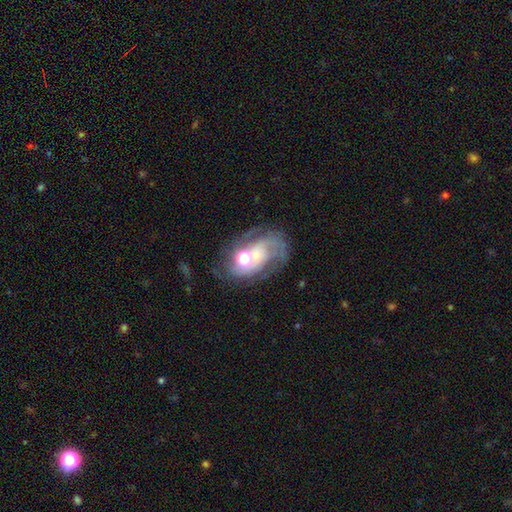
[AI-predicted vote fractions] Q: Smooth or featured?
A: featured or disk (67%); runner-up: smooth (19%)
Q: Edge-on disk?
A: no (97%); runner-up: yes (3%)
Q: Bar?
A: no (70%); runner-up: weak (23%)
Q: Spiral arms?
A: yes (82%); runner-up: no (18%)
Q: Spiral winding?
A: medium (43%); runner-up: tight (30%)
Q: Spiral arm count?
A: 2 (47%); runner-up: can't tell (20%)
Q: Bulge size?
A: moderate (45%); runner-up: small (23%)
Q: Merging?
A: none (41%); runner-up: major disturbance (26%)